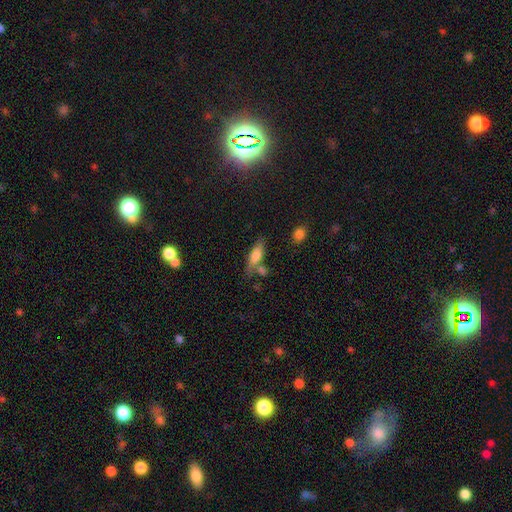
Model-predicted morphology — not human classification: This is likely a smooth galaxy (71%). How rounded: possibly in between (58%). Merging: possibly none (58%).